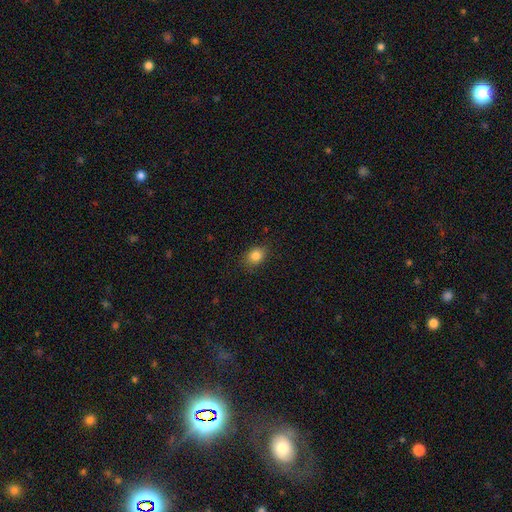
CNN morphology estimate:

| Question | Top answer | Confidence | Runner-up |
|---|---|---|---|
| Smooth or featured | smooth | 84% | star or artifact (10%) |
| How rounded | in between | 56% | round (43%) |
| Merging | none | 84% | minor disturbance (12%) |